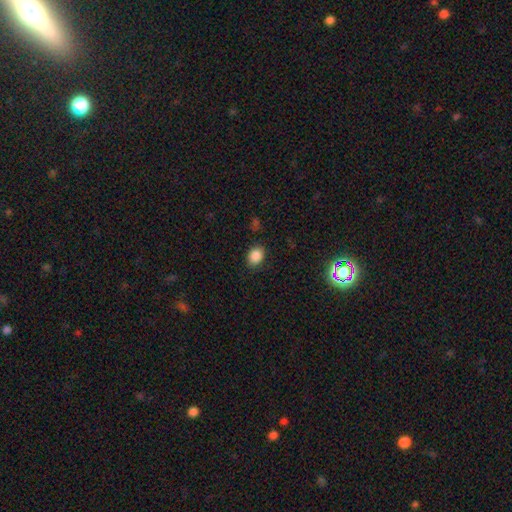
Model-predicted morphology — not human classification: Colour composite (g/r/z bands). It shows a smooth galaxy with no disk features (86%) that is in between round and cigar-shaped (65%). Merging: none (84%).